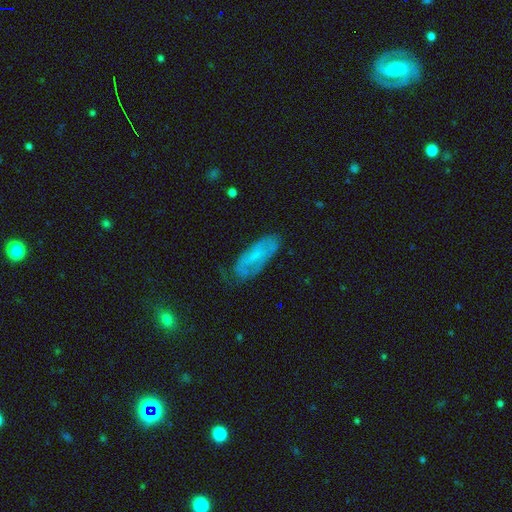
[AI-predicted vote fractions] Smooth or featured? Predicted: smooth (p=0.48). Merging? Predicted: none (p=0.62).